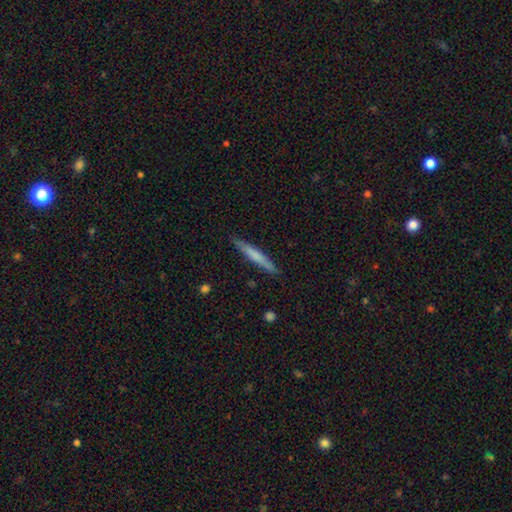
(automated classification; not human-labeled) Smooth or featured?
  - smooth: 62% *
  - featured or disk: 33%
  - star or artifact: 6%
How rounded?
  - cigar-shaped: 96% *
  - in between: 3%
  - round: 1%
Merging?
  - none: 88% *
  - minor disturbance: 9%
  - major disturbance: 2%
  - merger: 1%